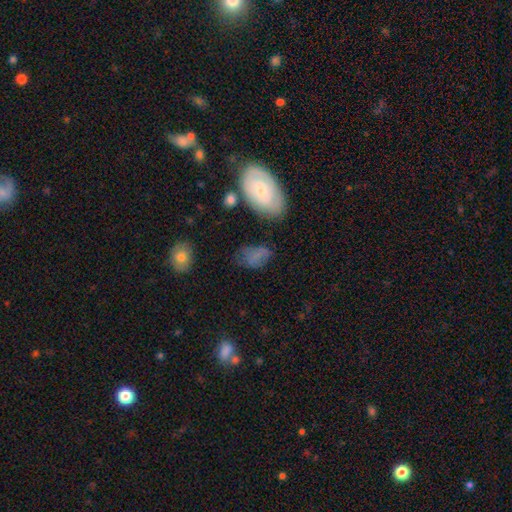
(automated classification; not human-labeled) Smooth or featured? Predicted: smooth (p=0.64). How rounded? Predicted: in between (p=0.87). Merging? Predicted: none (p=0.48).